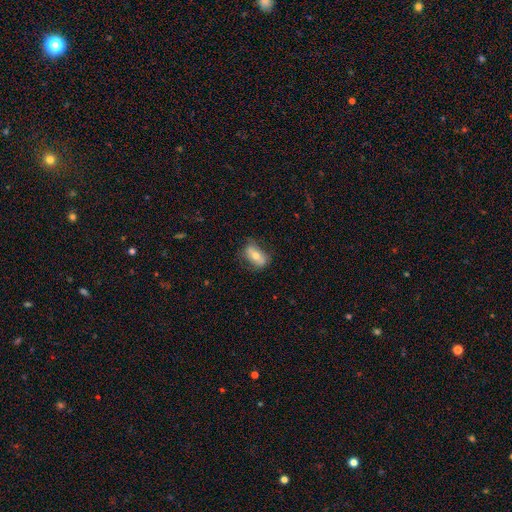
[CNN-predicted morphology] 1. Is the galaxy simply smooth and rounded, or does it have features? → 60% smooth, 32% featured or disk, 8% star or artifact.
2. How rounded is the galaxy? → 86% in between, 8% round, 6% cigar-shaped.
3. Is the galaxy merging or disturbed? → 66% none, 24% minor disturbance, 8% major disturbance, 1% merger.